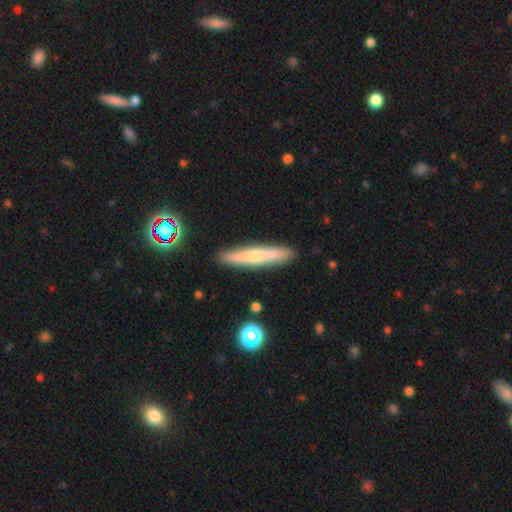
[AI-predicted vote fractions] Morphology: type=smooth (46%, tied with featured or disk); merging=none (90%).